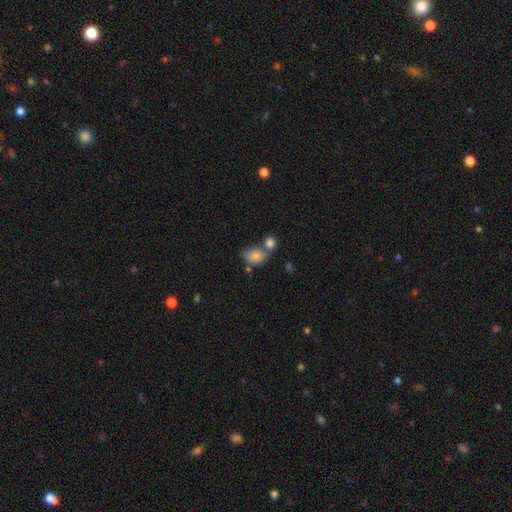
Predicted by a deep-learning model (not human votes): This is clearly a smooth galaxy (82%). How rounded: likely in between (77%). Merging: marginally none (40%).